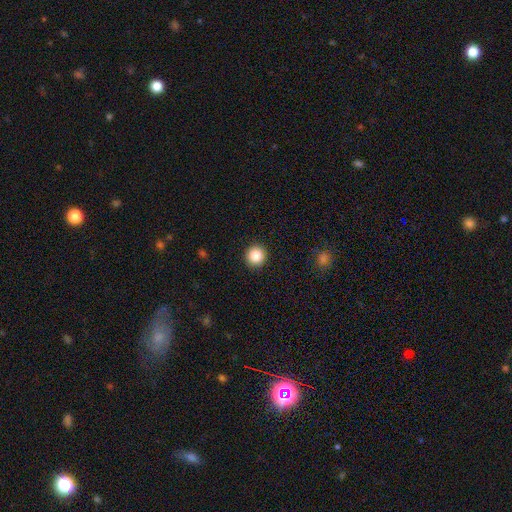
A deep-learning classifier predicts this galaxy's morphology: A smooth galaxy with no disk features (87%) that is round (95%). Merging: none (92%).